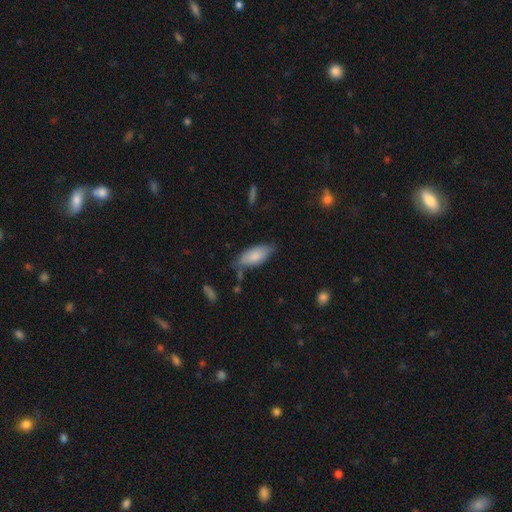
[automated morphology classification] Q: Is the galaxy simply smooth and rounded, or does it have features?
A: smooth — 83%.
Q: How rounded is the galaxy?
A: in between — 84%.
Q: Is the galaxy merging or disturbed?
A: none — 64%.